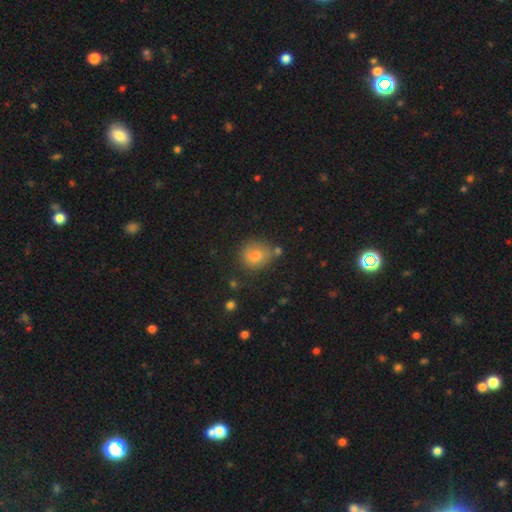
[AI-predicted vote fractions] A smooth galaxy with no disk features (72%) that is round (72%).

Vote fractions:
- Smooth or featured? smooth: 72% / star or artifact: 15% / featured or disk: 13%
- How rounded? round: 72% / in between: 27% / cigar-shaped: 1%
- Merging? none: 66% / minor disturbance: 20% / merger: 9% / major disturbance: 5%